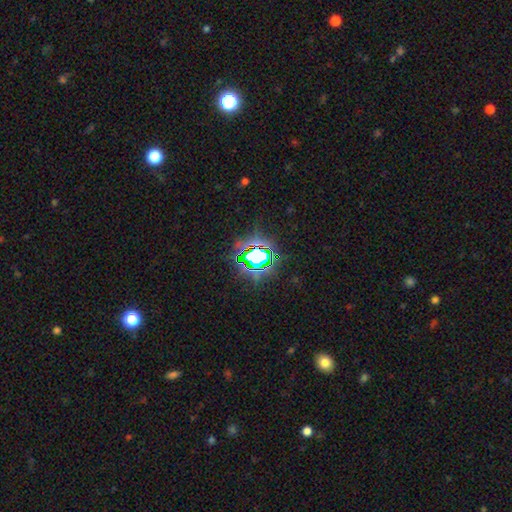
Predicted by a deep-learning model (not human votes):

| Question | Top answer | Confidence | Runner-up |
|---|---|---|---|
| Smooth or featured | star or artifact | 75% | smooth (15%) |